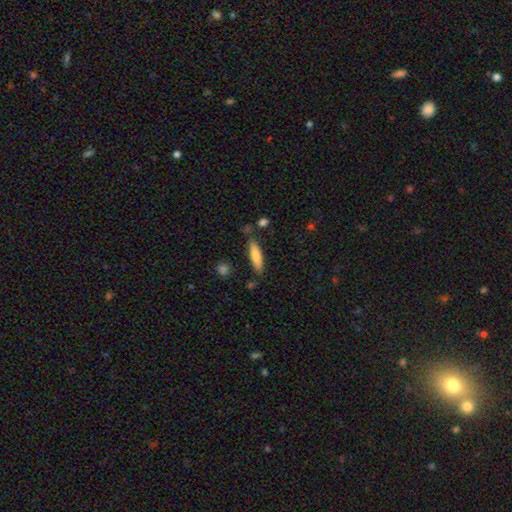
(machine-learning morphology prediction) Q: Smooth or featured?
A: smooth (73%); runner-up: featured or disk (21%)
Q: How rounded?
A: cigar-shaped (69%); runner-up: in between (29%)
Q: Merging?
A: none (80%); runner-up: minor disturbance (13%)